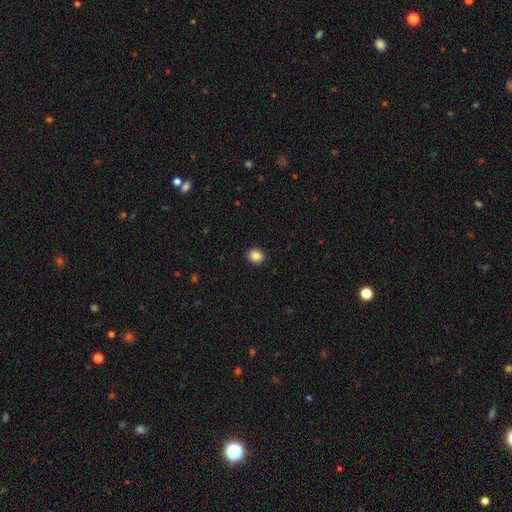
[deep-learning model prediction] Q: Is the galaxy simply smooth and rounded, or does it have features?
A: smooth — 86%.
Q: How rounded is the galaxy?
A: round — 76%.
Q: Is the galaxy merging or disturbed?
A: none — 93%.